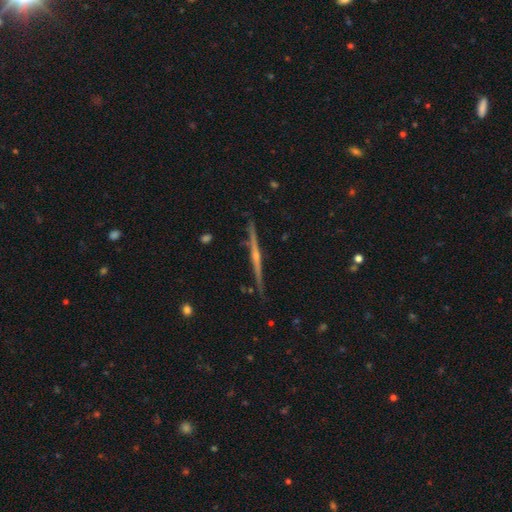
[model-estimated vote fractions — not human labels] featured or disk 83%, smooth 11%, star or artifact 6%. Down the decision tree: edge-on disk — yes (98%); edge-on bulge — rounded (74%); merging — none (89%).